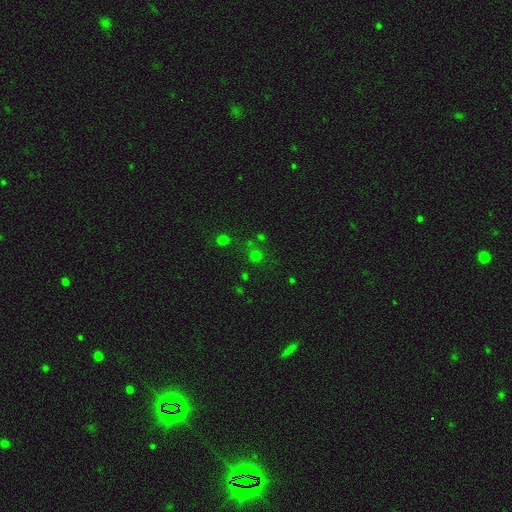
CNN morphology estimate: This appears to be a smooth galaxy with no disk features (57%) that is round (91%). Merging: none (75%).